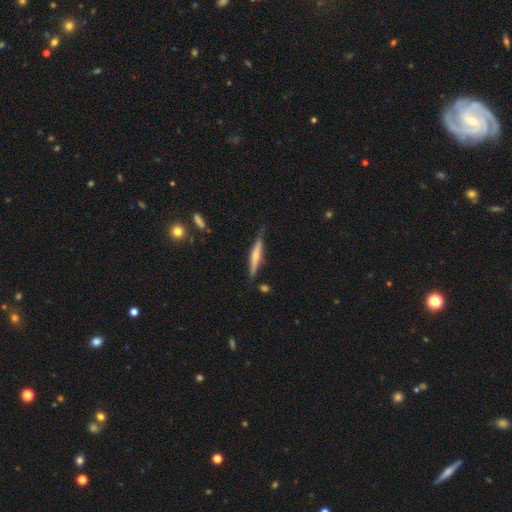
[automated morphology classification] Smooth or featured: smooth — 47% (tied with featured or disk — 47%)
Merging: none — 77% (minor disturbance — 17%)